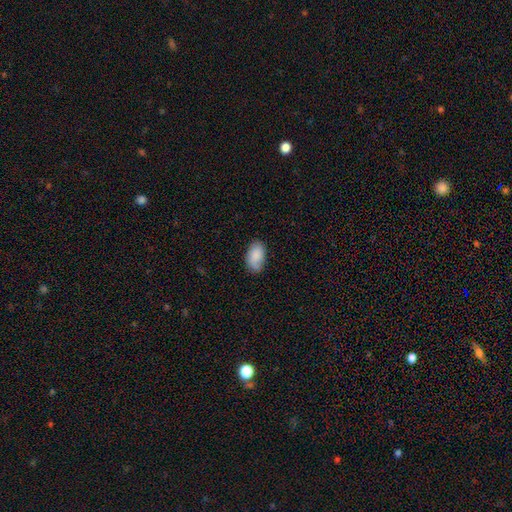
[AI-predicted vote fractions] Smooth or featured: smooth — 86% (featured or disk — 7%)
How rounded: in between — 94% (round — 5%)
Merging: none — 77% (minor disturbance — 18%)